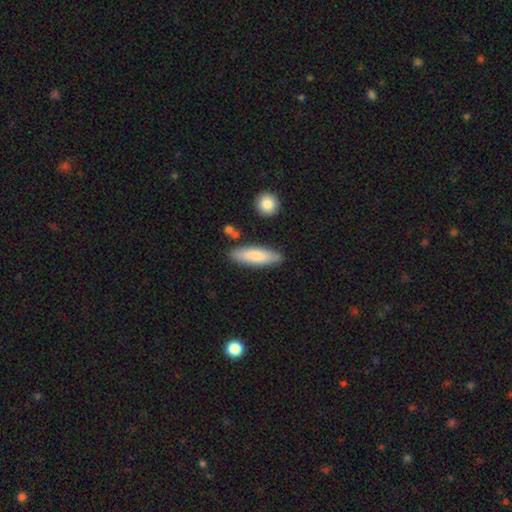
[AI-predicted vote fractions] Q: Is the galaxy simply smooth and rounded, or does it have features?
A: smooth — 72%.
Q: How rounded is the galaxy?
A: cigar-shaped — 58%.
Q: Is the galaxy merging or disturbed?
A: none — 85%.